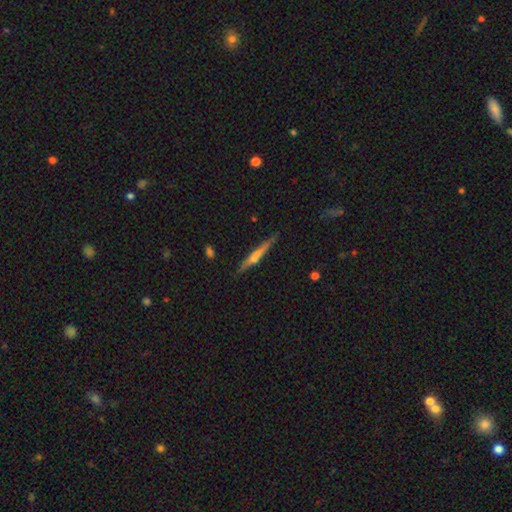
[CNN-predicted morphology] The model was most divided on "smooth or featured": featured or disk: 52%, smooth: 42%, star or artifact: 6%. More confident: edge-on disk — yes (95%); merging — none (77%).